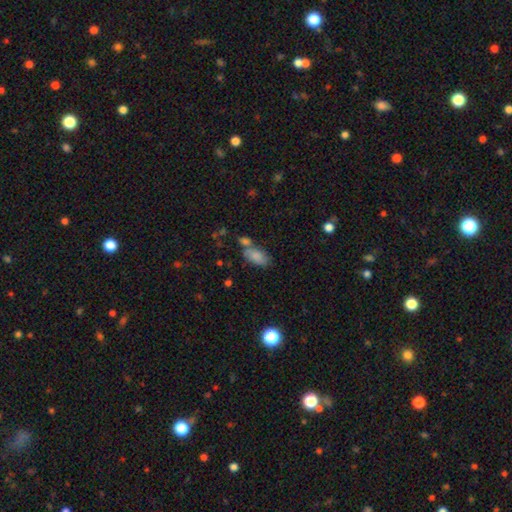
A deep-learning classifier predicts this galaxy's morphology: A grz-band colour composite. It shows a smooth galaxy with no disk features (82%) that is in between round and cigar-shaped (92%). Merging: none (47%).